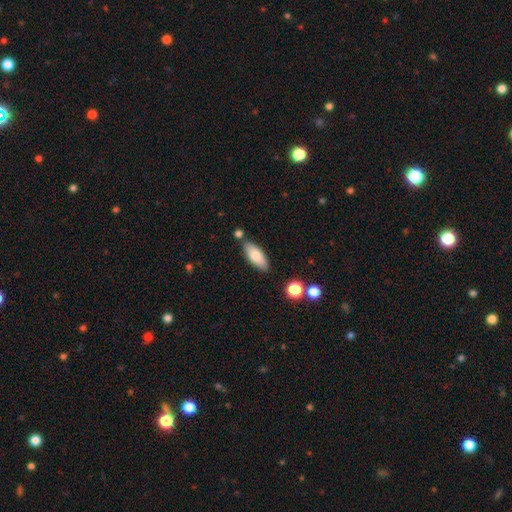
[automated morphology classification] A smooth galaxy with no disk features (78%) that is in between round and cigar-shaped (77%).

Vote fractions:
- Smooth or featured? smooth: 78% / featured or disk: 15% / star or artifact: 7%
- How rounded? in between: 77% / cigar-shaped: 21% / round: 2%
- Merging? none: 78% / minor disturbance: 12% / merger: 7% / major disturbance: 3%